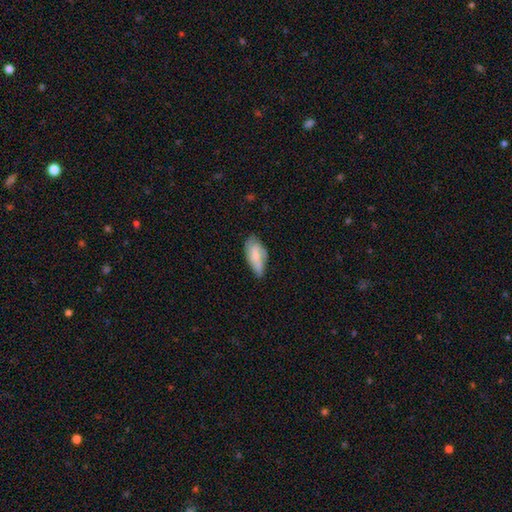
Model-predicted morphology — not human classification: This appears to be a smooth galaxy with no disk features (56%) that is in between round and cigar-shaped (86%). Merging: none (51%).